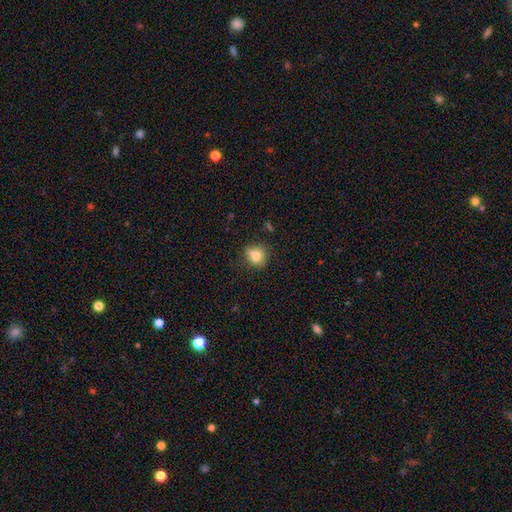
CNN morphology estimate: This appears to be a smooth galaxy with no disk features (77%) that is round (80%). Merging: none (67%).